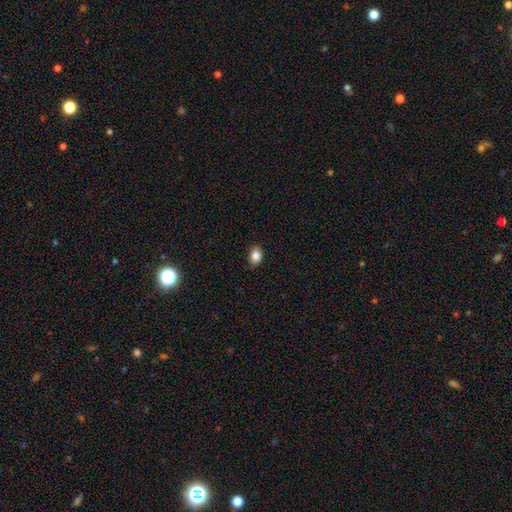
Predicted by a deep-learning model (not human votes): A smooth galaxy with no disk features (85%) that is in between round and cigar-shaped (70%).

Vote fractions:
- Smooth or featured? smooth: 85% / star or artifact: 10% / featured or disk: 5%
- How rounded? in between: 70% / round: 29% / cigar-shaped: 1%
- Merging? none: 80% / minor disturbance: 16% / major disturbance: 3% / merger: 1%